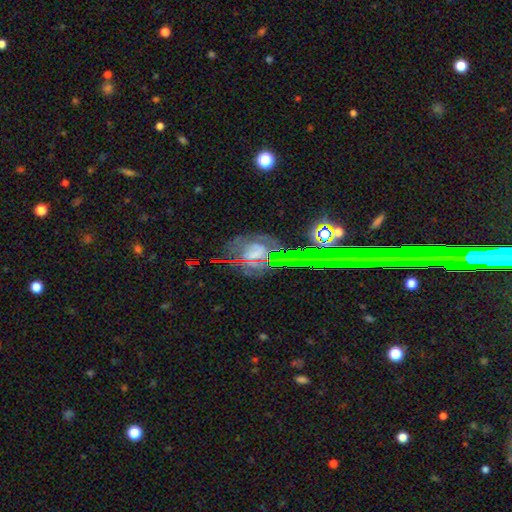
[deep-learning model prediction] Q: Smooth or featured?
A: featured or disk (44%); runner-up: star or artifact (32%)
Q: Merging?
A: none (67%); runner-up: minor disturbance (17%)